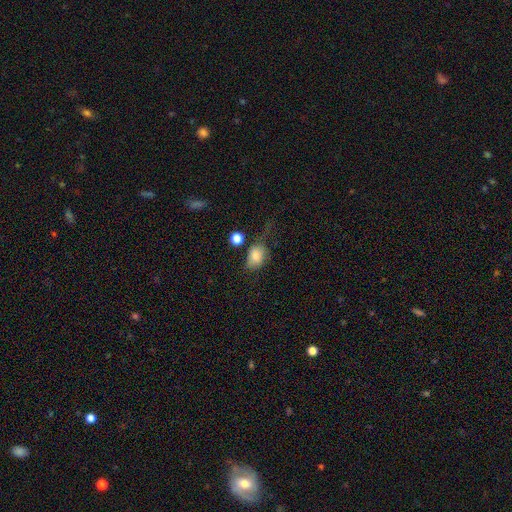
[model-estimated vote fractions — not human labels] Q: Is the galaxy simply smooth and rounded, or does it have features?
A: smooth — 80%.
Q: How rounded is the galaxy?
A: in between — 68%.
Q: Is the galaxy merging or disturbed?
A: none — 38%.